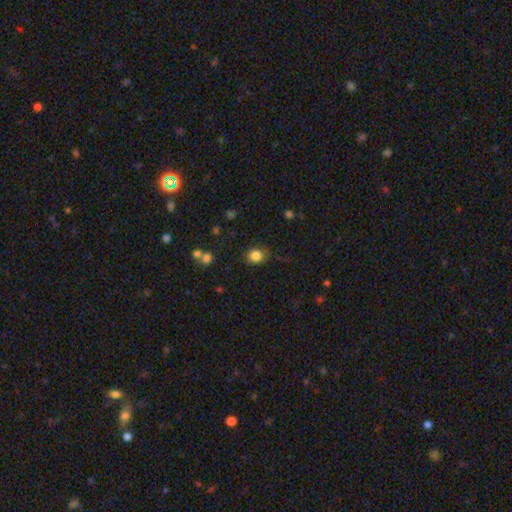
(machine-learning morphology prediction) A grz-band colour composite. It shows a smooth galaxy with no disk features (84%) that is round (69%). Merging: none (82%).